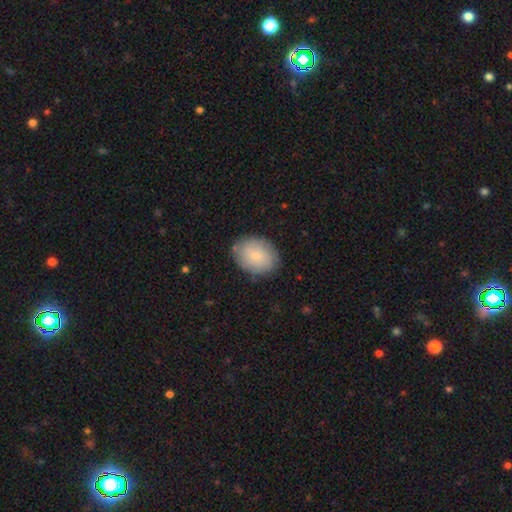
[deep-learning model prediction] smooth-or-featured: smooth: 76% | featured or disk: 17% | star or artifact: 7%
  how-rounded: in between: 63% | round: 36% | cigar-shaped: 1%
  merging: none: 81% | minor disturbance: 14% | major disturbance: 3% | merger: 1%